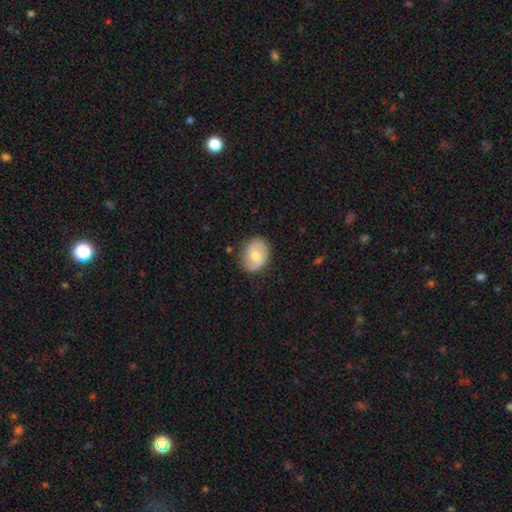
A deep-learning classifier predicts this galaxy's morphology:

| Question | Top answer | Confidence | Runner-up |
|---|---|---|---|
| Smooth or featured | smooth | 48% | featured or disk (45%) |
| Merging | none | 80% | minor disturbance (15%) |